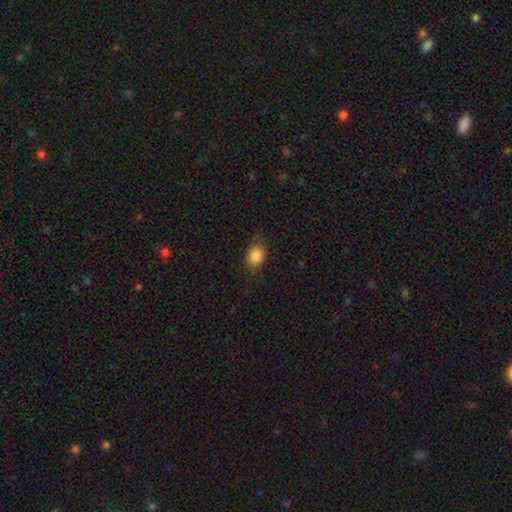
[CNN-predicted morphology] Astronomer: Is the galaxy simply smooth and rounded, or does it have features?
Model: smooth — 85%.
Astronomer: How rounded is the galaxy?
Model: in between — 64%.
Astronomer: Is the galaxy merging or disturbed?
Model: none — 80%.